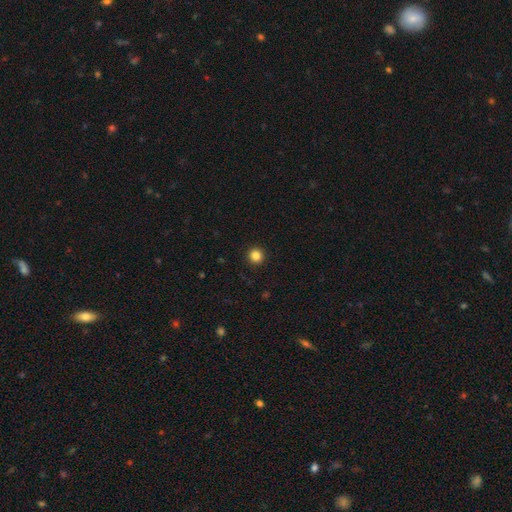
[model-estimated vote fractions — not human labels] smooth 84%, star or artifact 12%, featured or disk 4%. Down the decision tree: how rounded — round (95%); merging — none (93%).